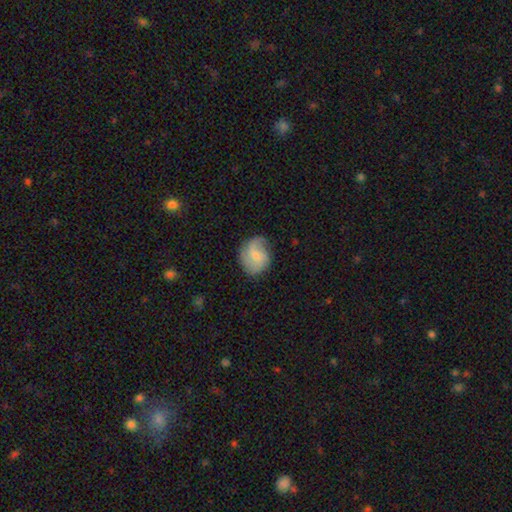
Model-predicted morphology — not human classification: Smooth or featured?
  - featured or disk: 51% *
  - smooth: 42%
  - star or artifact: 7%
Edge-on disk?
  - no: 98% *
  - yes: 2%
Bar?
  - no: 52% *
  - weak: 42%
  - strong: 7%
Spiral arms?
  - yes: 89% *
  - no: 11%
Bulge size?
  - small: 56% *
  - moderate: 26%
  - none: 14%
  - large: 2%
  - dominant: 1%
Merging?
  - none: 65% *
  - minor disturbance: 23%
  - major disturbance: 10%
  - merger: 1%